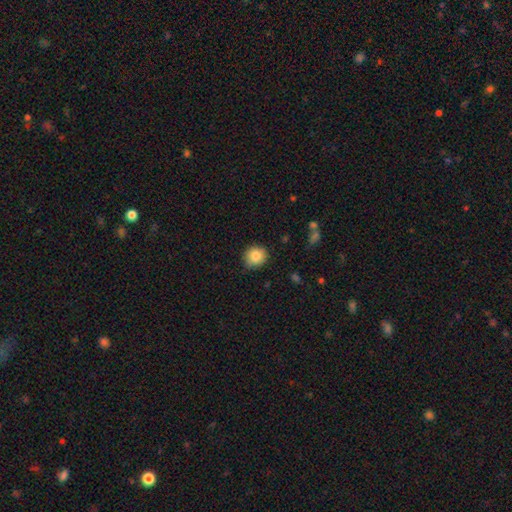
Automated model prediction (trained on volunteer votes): smooth_or_featured: smooth (p=0.83) [alt: star or artifact p=0.09]
how_rounded: round (p=0.80) [alt: in between p=0.19]
merging: none (p=0.81) [alt: minor disturbance p=0.16]